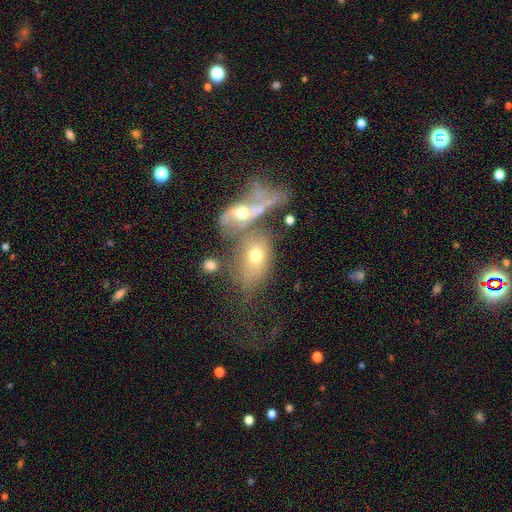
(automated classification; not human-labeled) This appears to be a smooth galaxy with no disk features (55%) that is in between round and cigar-shaped (77%). Merging: merger (53%).